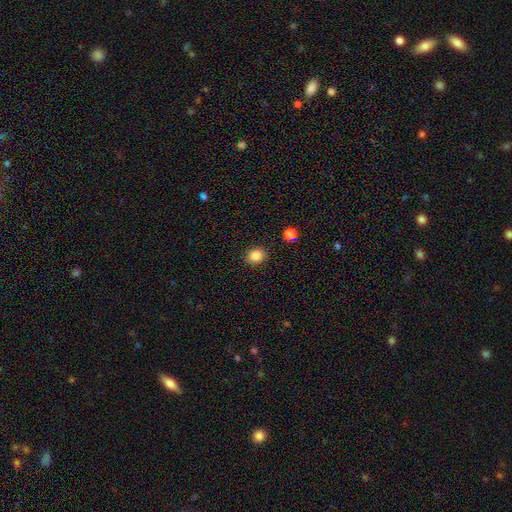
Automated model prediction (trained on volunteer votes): This appears to be a smooth galaxy with no disk features (85%) that is round (60%). Merging: none (88%).